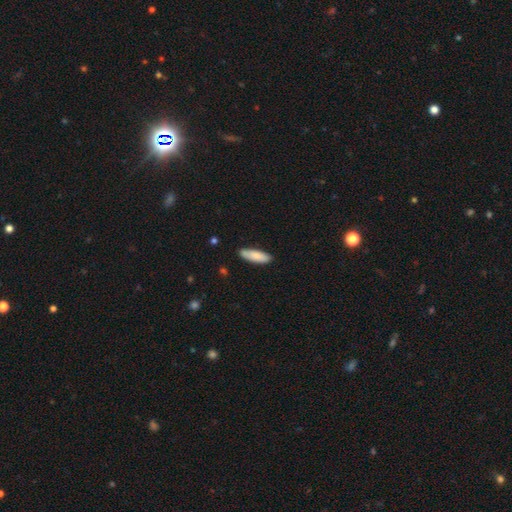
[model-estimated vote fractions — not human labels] A smooth galaxy with no disk features (86%) that is in between round and cigar-shaped (54%).

Vote fractions:
- Smooth or featured? smooth: 86% / featured or disk: 9% / star or artifact: 6%
- How rounded? in between: 54% / cigar-shaped: 45% / round: 1%
- Merging? none: 85% / minor disturbance: 12% / major disturbance: 2% / merger: 1%